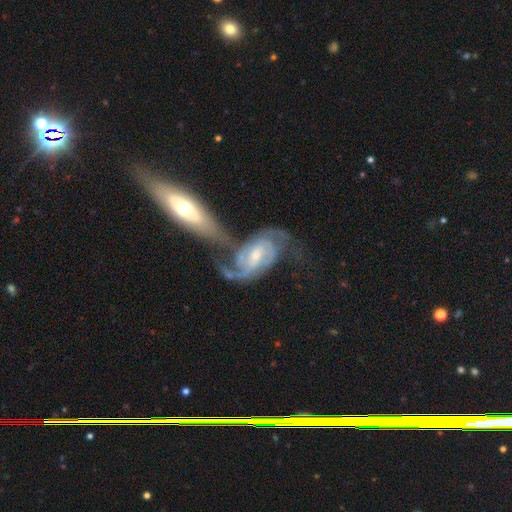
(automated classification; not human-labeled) Morphology: type=featured or disk (85%); edge-on=no (95%); bar=weak (52%); spiral arms=yes (94%); winding=medium (44%); arm count=2 (65%); bulge=moderate (47%); merging=merger (48%).